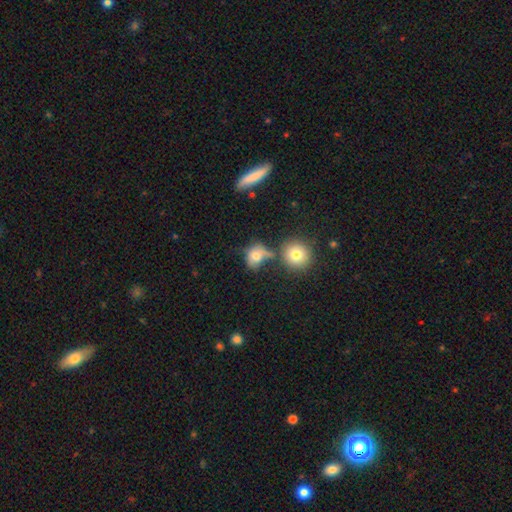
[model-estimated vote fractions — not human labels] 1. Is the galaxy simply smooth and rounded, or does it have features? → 71% smooth, 16% featured or disk, 14% star or artifact.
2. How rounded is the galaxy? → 56% round, 42% in between, 2% cigar-shaped.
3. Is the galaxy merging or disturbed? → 40% none, 26% merger, 19% minor disturbance, 15% major disturbance.